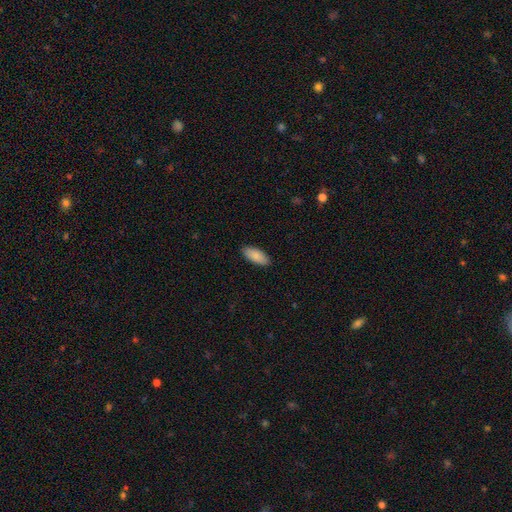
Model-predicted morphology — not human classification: The model was most divided on "how rounded": in between: 85%, cigar-shaped: 13%, round: 2%. More confident: merging — none (90%); smooth or featured — smooth (88%).